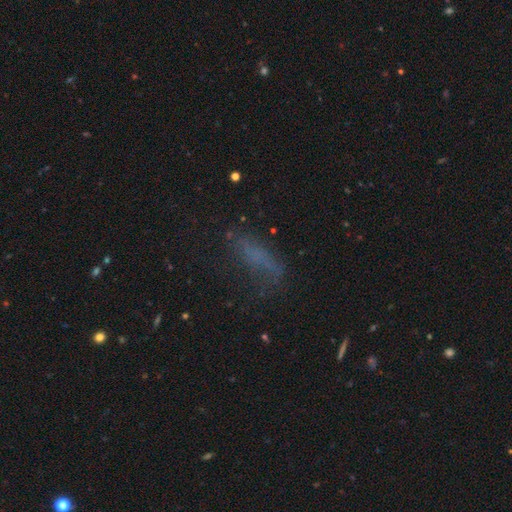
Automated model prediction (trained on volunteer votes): Smooth or featured? smooth (51%)
How rounded? in between (49%)
Merging? none (48%)